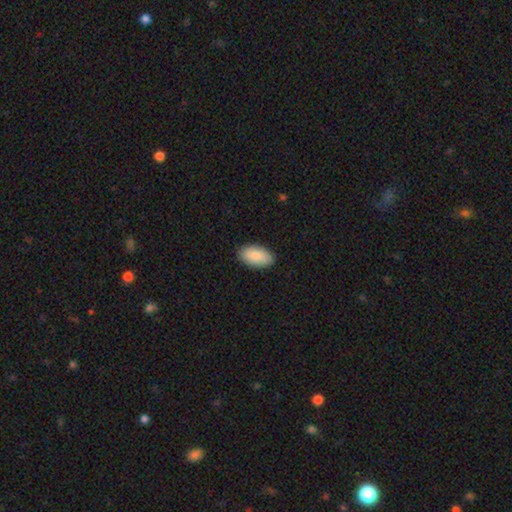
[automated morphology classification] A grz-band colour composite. It shows a smooth galaxy with no disk features (88%) that is in between round and cigar-shaped (95%). Merging: none (88%).